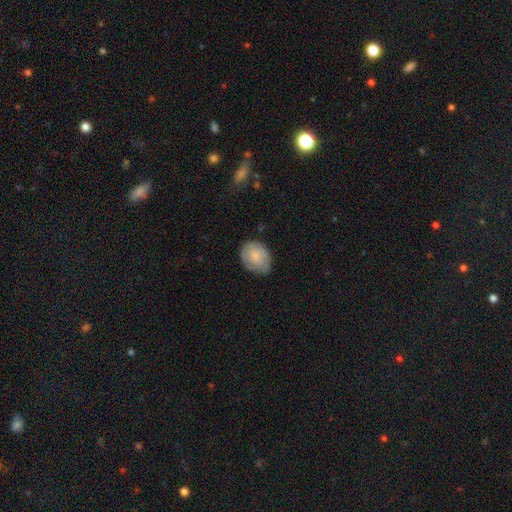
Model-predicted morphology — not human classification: Smooth or featured? smooth (61%)
How rounded? in between (53%)
Merging? none (67%)